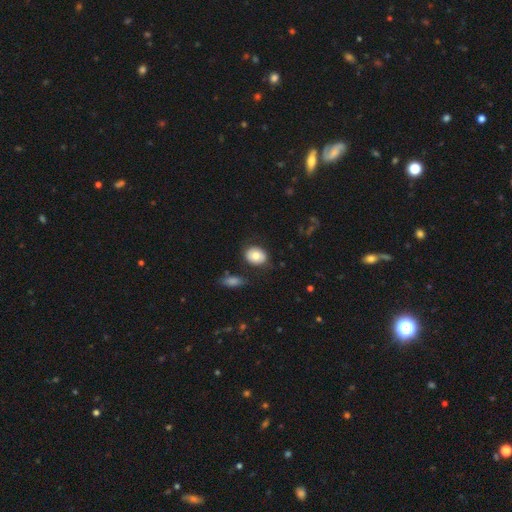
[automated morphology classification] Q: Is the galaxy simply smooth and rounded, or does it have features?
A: smooth — 77%.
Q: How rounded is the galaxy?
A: in between — 52%.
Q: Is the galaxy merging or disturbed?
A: none — 79%.